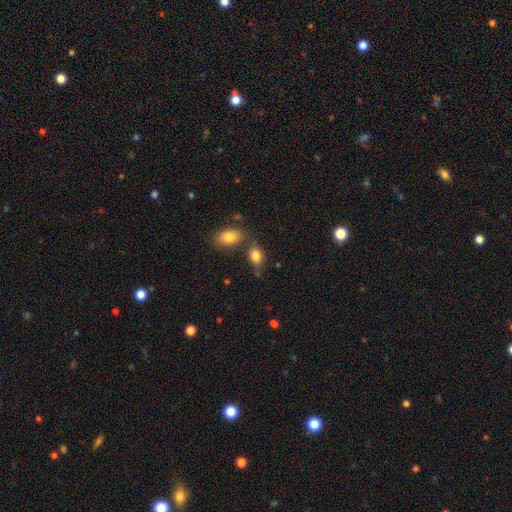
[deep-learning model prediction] This is clearly a smooth galaxy (83%). How rounded: clearly in between (86%). Merging: possibly none (57%).